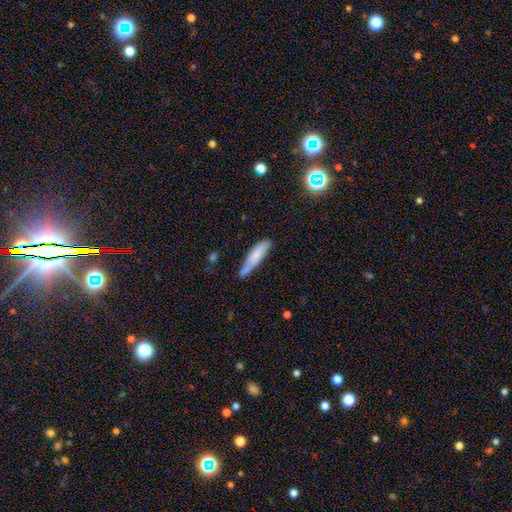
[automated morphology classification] A smooth galaxy with no disk features (72%) that is cigar-shaped (64%). Merging: none (52%).